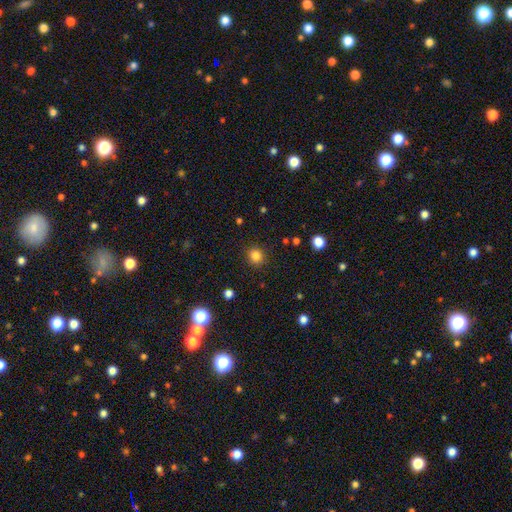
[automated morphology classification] smooth-or-featured: smooth: 83% | star or artifact: 13% | featured or disk: 4%
  how-rounded: round: 90% | in between: 9% | cigar-shaped: 1%
  merging: none: 90% | minor disturbance: 7% | major disturbance: 2% | merger: 1%